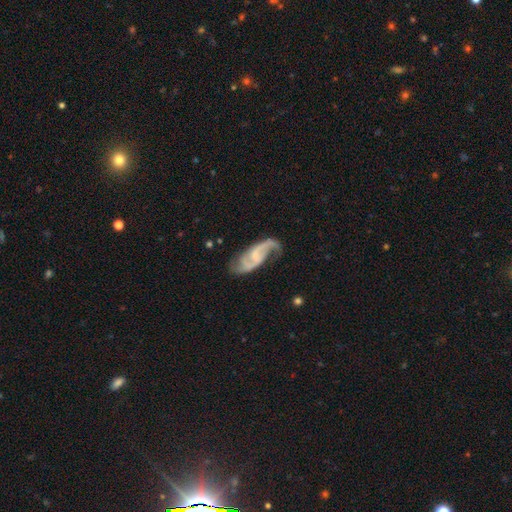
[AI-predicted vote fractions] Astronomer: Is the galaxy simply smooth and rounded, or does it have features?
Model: featured or disk — 87%.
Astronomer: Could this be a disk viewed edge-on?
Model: no — 96%.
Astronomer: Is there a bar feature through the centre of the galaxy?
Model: weak — 46% (runner-up: no, 38%).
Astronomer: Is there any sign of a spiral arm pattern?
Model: yes — 96%.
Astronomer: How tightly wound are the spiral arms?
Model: loose — 49% (runner-up: medium, 40%).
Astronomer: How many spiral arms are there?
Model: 2 — 89%.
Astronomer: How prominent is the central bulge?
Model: none — 44% (runner-up: small, 38%).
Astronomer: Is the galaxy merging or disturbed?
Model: none — 65%.